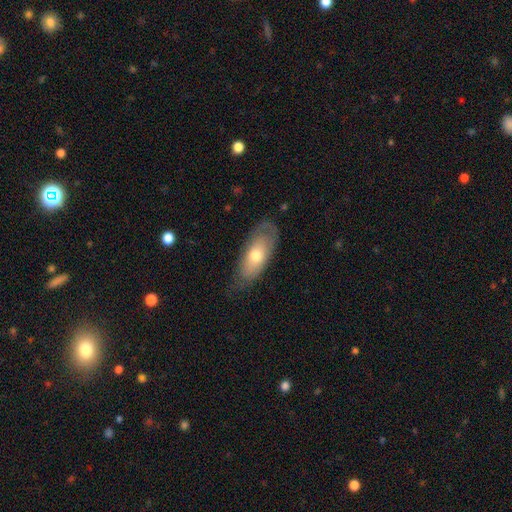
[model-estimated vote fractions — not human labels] smooth-or-featured: smooth: 62% | featured or disk: 32% | star or artifact: 6%
  how-rounded: in between: 82% | cigar-shaped: 16% | round: 3%
  merging: none: 64% | minor disturbance: 26% | major disturbance: 9% | merger: 1%